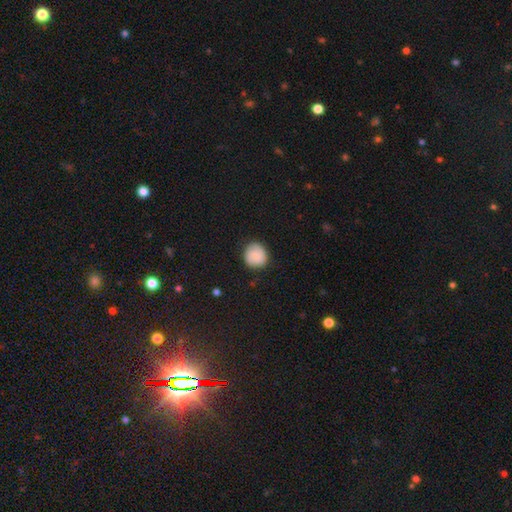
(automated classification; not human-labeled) This appears to be a smooth galaxy with no disk features (79%) that is round (87%). Merging: none (82%).